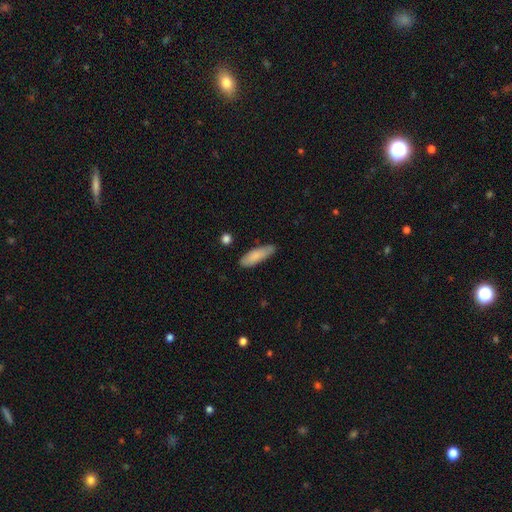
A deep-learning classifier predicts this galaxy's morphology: smooth 82%, featured or disk 12%, star or artifact 6%. Down the decision tree: how rounded — cigar-shaped (52%); merging — none (75%).